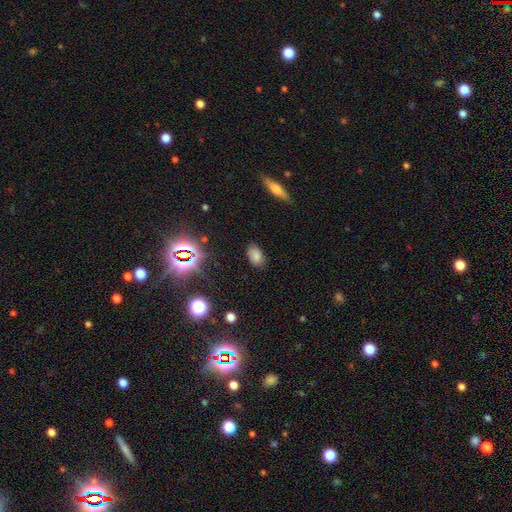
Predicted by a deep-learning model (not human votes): A smooth galaxy with no disk features (73%) that is in between round and cigar-shaped (90%).

Vote fractions:
- Smooth or featured? smooth: 73% / star or artifact: 18% / featured or disk: 9%
- How rounded? in between: 90% / round: 9% / cigar-shaped: 1%
- Merging? none: 83% / minor disturbance: 12% / major disturbance: 3% / merger: 1%